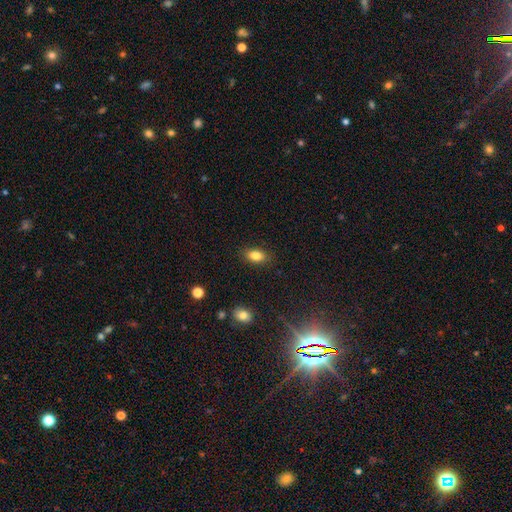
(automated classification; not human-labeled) Morphology: type=smooth (84%); roundness=in between (87%); merging=none (86%).